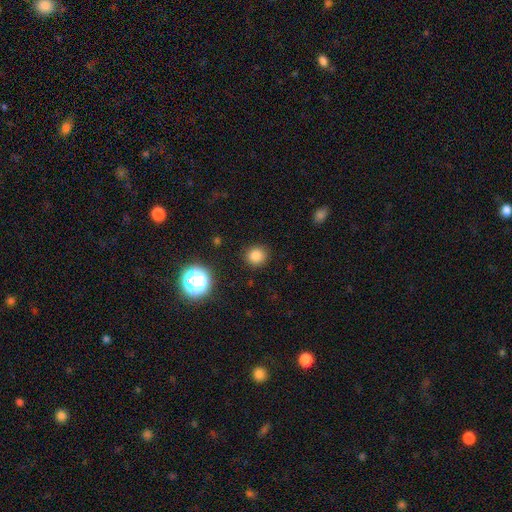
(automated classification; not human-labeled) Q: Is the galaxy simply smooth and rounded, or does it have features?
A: smooth — 81%.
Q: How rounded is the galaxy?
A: round — 90%.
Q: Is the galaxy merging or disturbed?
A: none — 89%.